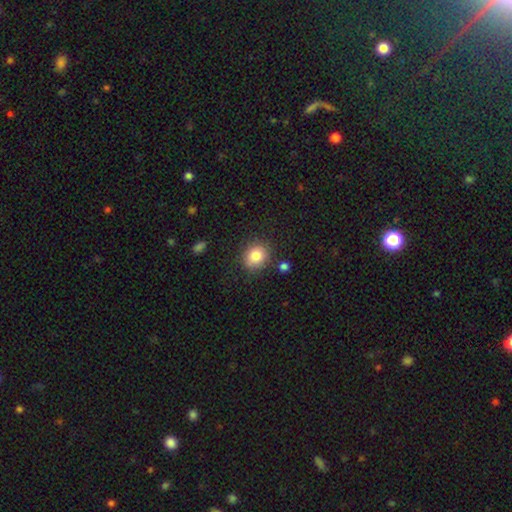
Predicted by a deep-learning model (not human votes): Q: Smooth or featured?
A: smooth (84%); runner-up: star or artifact (9%)
Q: How rounded?
A: round (65%); runner-up: in between (34%)
Q: Merging?
A: none (81%); runner-up: minor disturbance (12%)